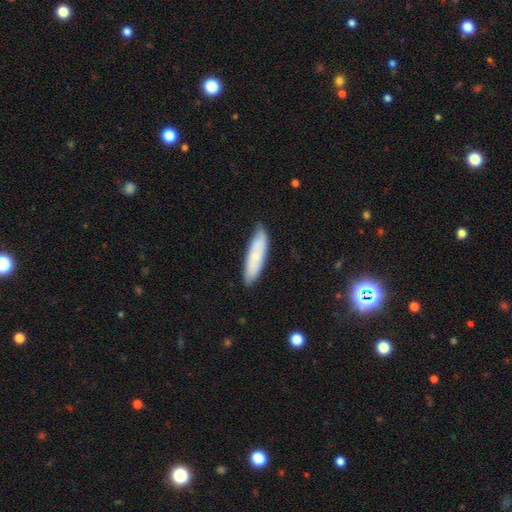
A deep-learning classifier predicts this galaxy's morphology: Overall: smooth (63%; featured or disk 30%). How rounded: cigar-shaped (60%; in between 39%). Merging: none (78%).